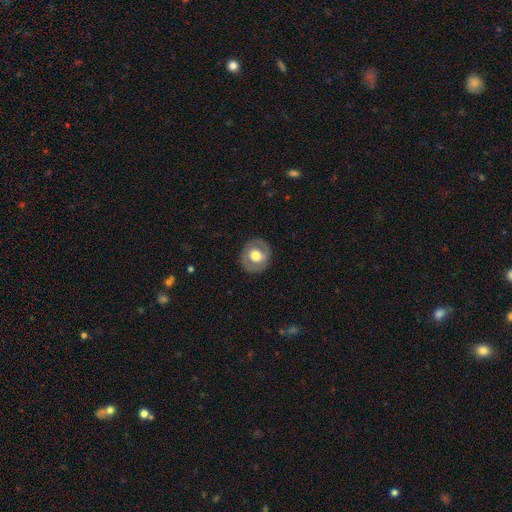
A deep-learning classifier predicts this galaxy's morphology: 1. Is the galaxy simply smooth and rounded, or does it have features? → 51% smooth, 43% featured or disk, 7% star or artifact.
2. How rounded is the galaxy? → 78% round, 21% in between, 1% cigar-shaped.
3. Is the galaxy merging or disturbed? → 84% none, 11% minor disturbance, 4% major disturbance, 1% merger.